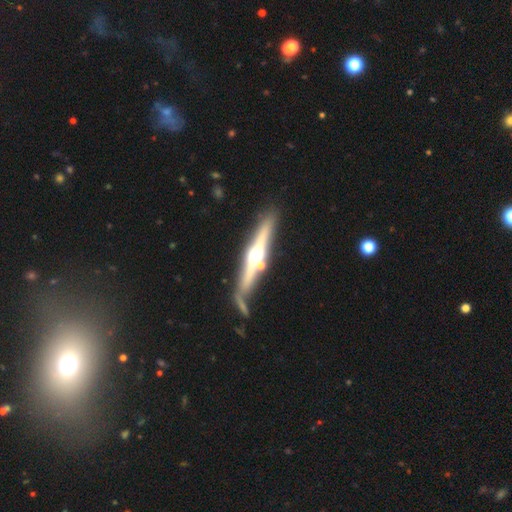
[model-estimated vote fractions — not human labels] This appears to be a featured or disk galaxy (72%) viewed edge-on (95%) with a rounded central bulge (94%). Merging: none (70%).